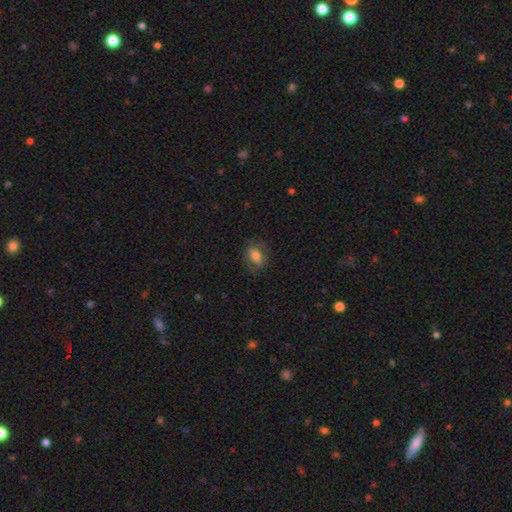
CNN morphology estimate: A smooth galaxy with no disk features (66%) that is in between round and cigar-shaped (79%).

Vote fractions:
- Smooth or featured? smooth: 66% / featured or disk: 26% / star or artifact: 9%
- How rounded? in between: 79% / round: 19% / cigar-shaped: 2%
- Merging? none: 69% / minor disturbance: 19% / major disturbance: 11% / merger: 1%